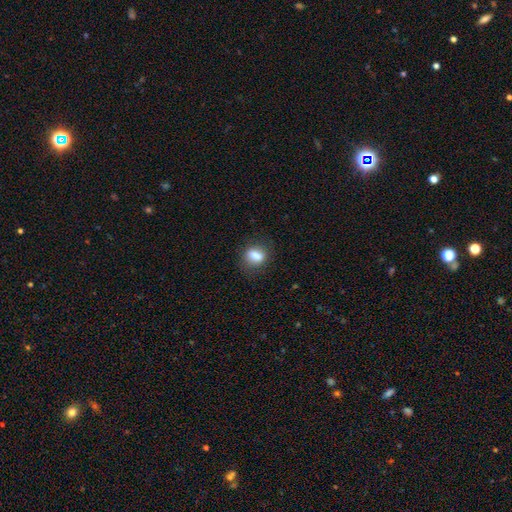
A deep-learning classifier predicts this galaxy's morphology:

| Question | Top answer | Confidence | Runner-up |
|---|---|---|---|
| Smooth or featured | smooth | 79% | featured or disk (11%) |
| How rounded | in between | 62% | round (33%) |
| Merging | none | 73% | minor disturbance (16%) |